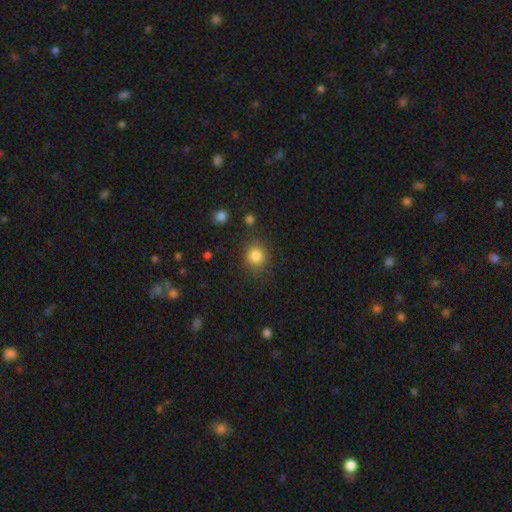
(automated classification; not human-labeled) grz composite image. It shows a smooth galaxy with no disk features (83%) that is round (80%). Merging: none (83%).